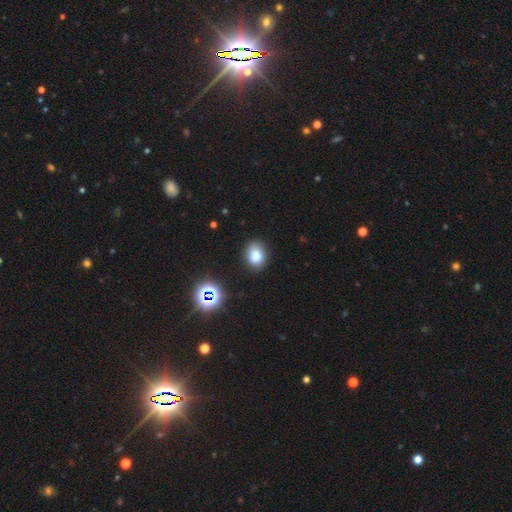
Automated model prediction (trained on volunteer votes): Overall: smooth (81%). How rounded: in between (67%; round 32%). Merging: none (84%).